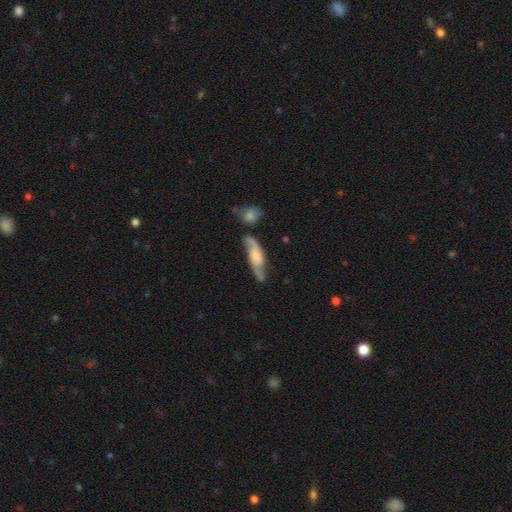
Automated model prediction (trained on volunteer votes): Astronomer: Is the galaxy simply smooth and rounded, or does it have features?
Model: featured or disk — 69%.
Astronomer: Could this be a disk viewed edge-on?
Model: no — 79%.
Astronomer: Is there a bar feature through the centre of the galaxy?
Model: no — 57% (runner-up: weak, 33%).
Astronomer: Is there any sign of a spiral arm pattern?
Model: yes — 91%.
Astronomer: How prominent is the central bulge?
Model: moderate — 27% (runner-up: none, 26%).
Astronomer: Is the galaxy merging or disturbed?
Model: none — 53%.